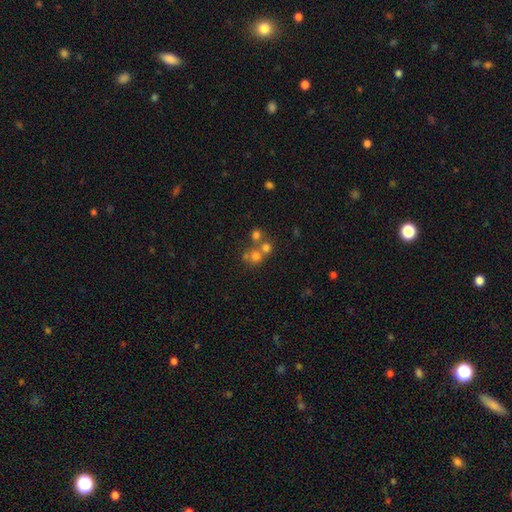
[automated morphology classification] A smooth galaxy with no disk features (59%) that is round (84%).

Vote fractions:
- Smooth or featured? smooth: 59% / star or artifact: 23% / featured or disk: 18%
- How rounded? round: 84% / in between: 15% / cigar-shaped: 1%
- Merging? none: 46% / merger: 44% / minor disturbance: 6% / major disturbance: 4%